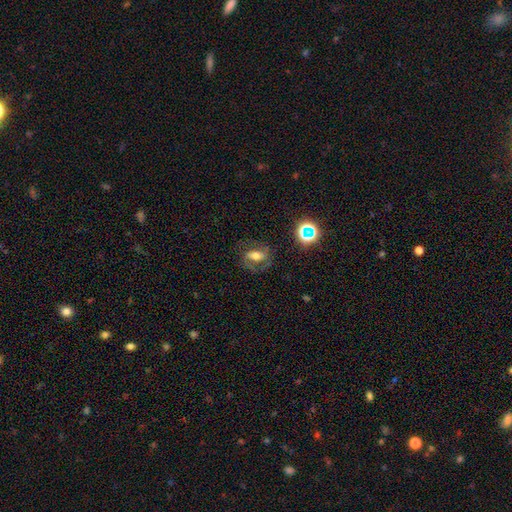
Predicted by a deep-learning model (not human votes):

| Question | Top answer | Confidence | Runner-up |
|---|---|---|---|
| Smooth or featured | featured or disk | 59% | smooth (26%) |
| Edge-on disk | no | 94% | yes (6%) |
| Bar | strong | 39% | weak (33%) |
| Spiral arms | yes | 83% | no (17%) |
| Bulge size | moderate | 59% | large (19%) |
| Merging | none | 69% | minor disturbance (17%) |